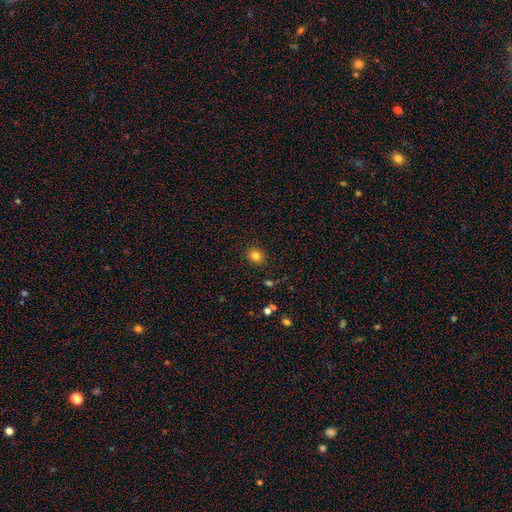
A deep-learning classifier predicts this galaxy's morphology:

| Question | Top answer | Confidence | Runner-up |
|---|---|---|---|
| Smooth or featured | smooth | 82% | star or artifact (12%) |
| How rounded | round | 77% | in between (22%) |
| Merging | none | 89% | minor disturbance (7%) |